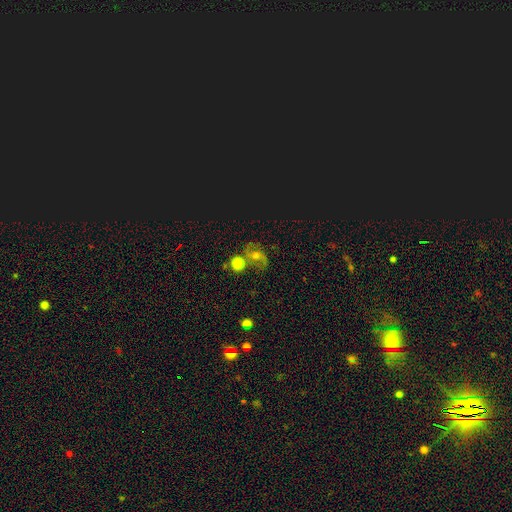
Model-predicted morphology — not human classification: Smooth or featured: featured or disk — 60% (star or artifact — 23%)
Edge-on disk: no — 97% (yes — 3%)
Bar: no — 55% (weak — 36%)
Spiral arms: yes — 91% (no — 9%)
Spiral winding: medium — 47% (loose — 40%)
Spiral arm count: 2 — 89% (can't tell — 4%)
Bulge size: moderate — 52% (small — 36%)
Merging: none — 64% (minor disturbance — 15%)